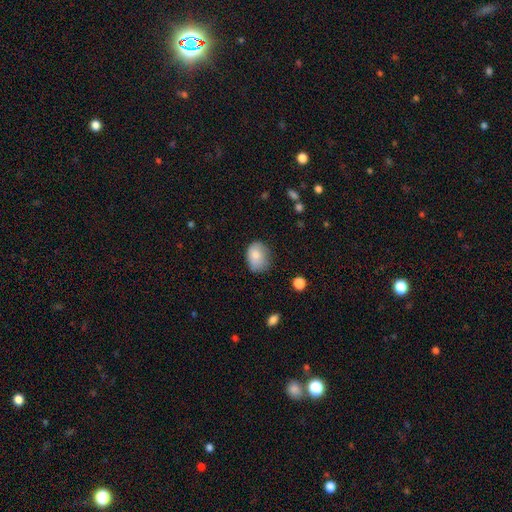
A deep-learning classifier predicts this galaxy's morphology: smooth-or-featured: smooth: 82% | featured or disk: 10% | star or artifact: 8%
  how-rounded: in between: 63% | round: 36% | cigar-shaped: 1%
  merging: none: 57% | minor disturbance: 33% | major disturbance: 8% | merger: 2%